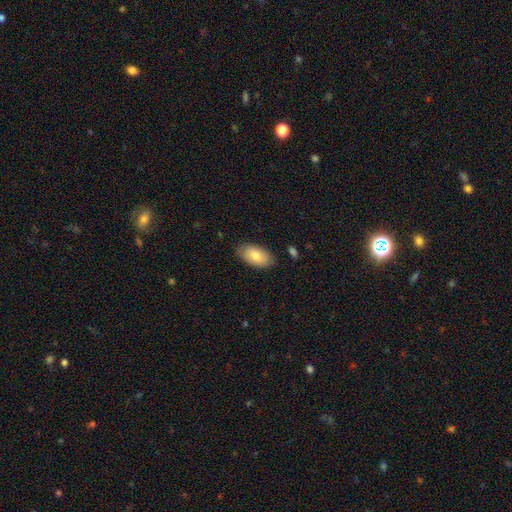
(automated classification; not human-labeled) Smooth or featured: smooth — 81% (featured or disk — 13%)
How rounded: in between — 95% (round — 3%)
Merging: none — 83% (minor disturbance — 13%)